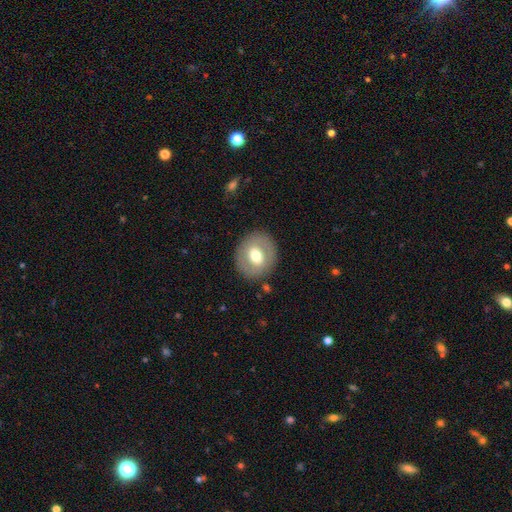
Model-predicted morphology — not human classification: This appears to be a smooth galaxy with no disk features (53%) that is round (69%). Merging: none (85%).